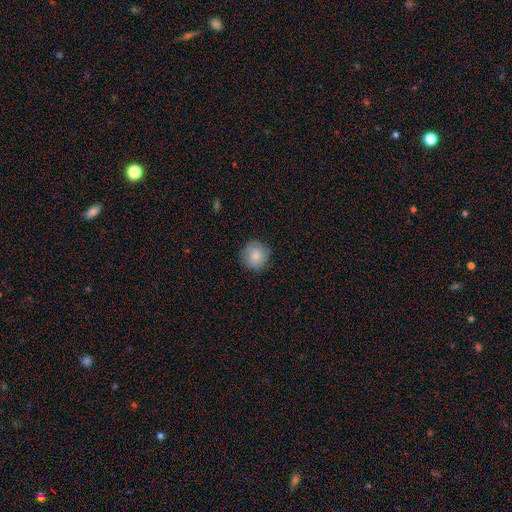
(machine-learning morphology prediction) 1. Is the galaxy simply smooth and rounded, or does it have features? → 83% smooth, 10% featured or disk, 7% star or artifact.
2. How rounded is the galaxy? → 92% round, 7% in between, 1% cigar-shaped.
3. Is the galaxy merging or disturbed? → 84% none, 12% minor disturbance, 3% major disturbance, 1% merger.